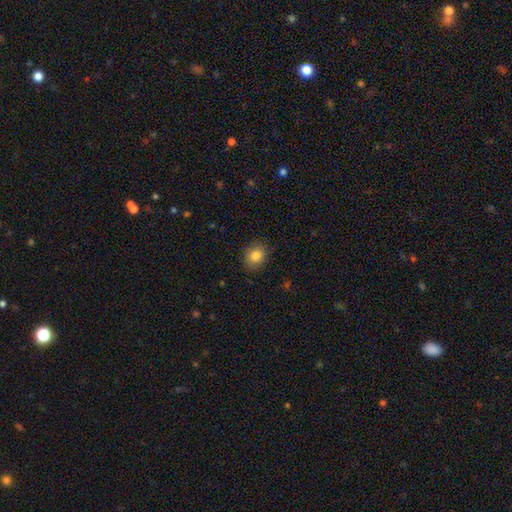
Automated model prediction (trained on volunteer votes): Overall: smooth (83%). How rounded: round (66%; in between 33%). Merging: none (86%).